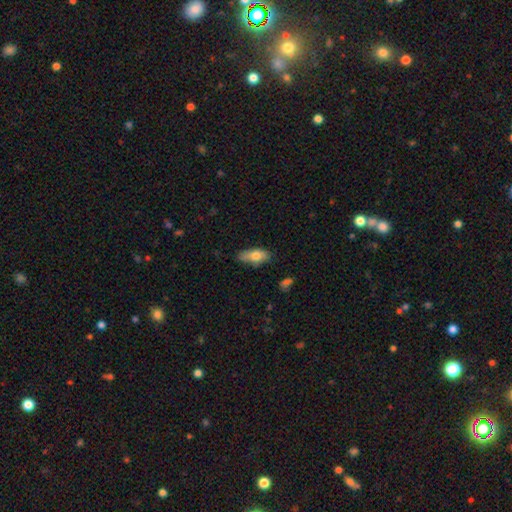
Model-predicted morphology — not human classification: type=smooth (74%); roundness=in between (81%); merging=none (70%).